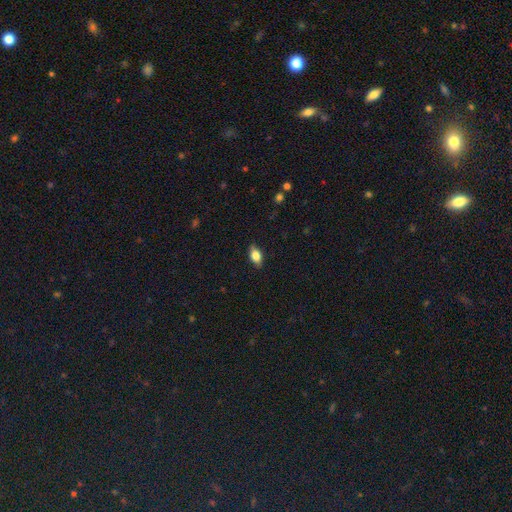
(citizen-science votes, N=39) This is likely a smooth galaxy (72%). How rounded: likely in between (71%). Merging: clearly none (91%).